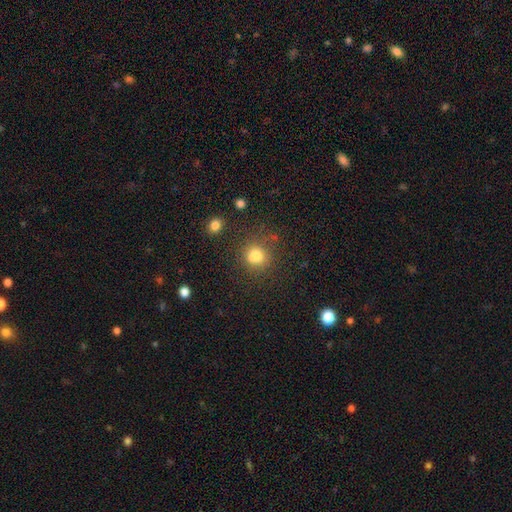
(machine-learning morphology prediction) smooth_or_featured: smooth (p=0.78) [alt: star or artifact p=0.14]
how_rounded: round (p=0.80) [alt: in between p=0.19]
merging: none (p=0.69) [alt: minor disturbance p=0.14]